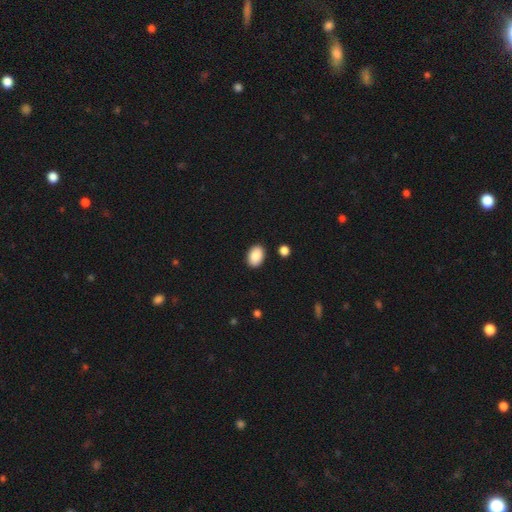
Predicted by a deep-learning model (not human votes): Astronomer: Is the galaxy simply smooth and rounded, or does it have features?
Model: smooth — 89%.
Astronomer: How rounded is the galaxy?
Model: in between — 85%.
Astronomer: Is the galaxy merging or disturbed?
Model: none — 88%.